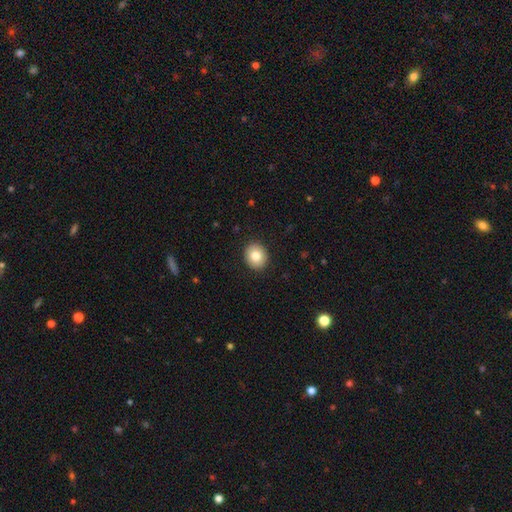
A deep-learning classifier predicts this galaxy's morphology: Overall: smooth (81%). How rounded: round (72%). Merging: none (91%).